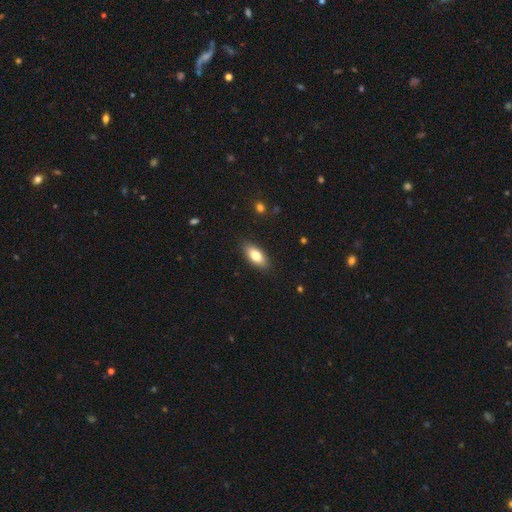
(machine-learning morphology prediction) A smooth galaxy with no disk features (80%) that is in between round and cigar-shaped (86%). Merging: none (87%).